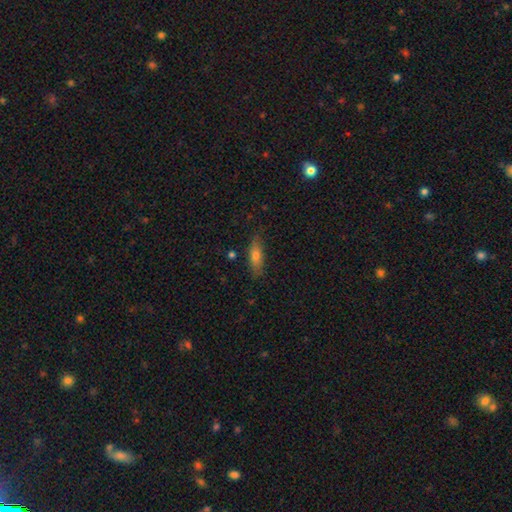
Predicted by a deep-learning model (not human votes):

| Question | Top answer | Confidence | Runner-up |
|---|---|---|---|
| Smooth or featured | smooth | 68% | featured or disk (25%) |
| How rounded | cigar-shaped | 50% | in between (47%) |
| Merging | none | 82% | minor disturbance (14%) |